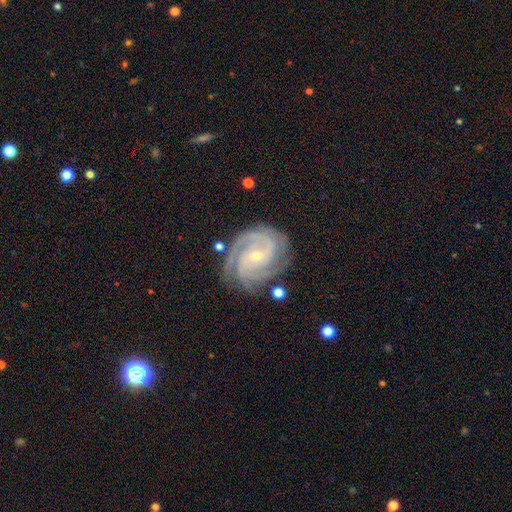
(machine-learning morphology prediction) Smooth or featured? Predicted: featured or disk (p=0.92). Edge-on disk? Predicted: no (p=0.98). Bar? Predicted: no (p=0.52). Spiral arms? Predicted: yes (p=0.99). Spiral winding? Predicted: tight (p=0.69). Spiral arm count? Predicted: 3 (p=0.39). Bulge size? Predicted: small (p=0.79). Merging? Predicted: none (p=0.75).